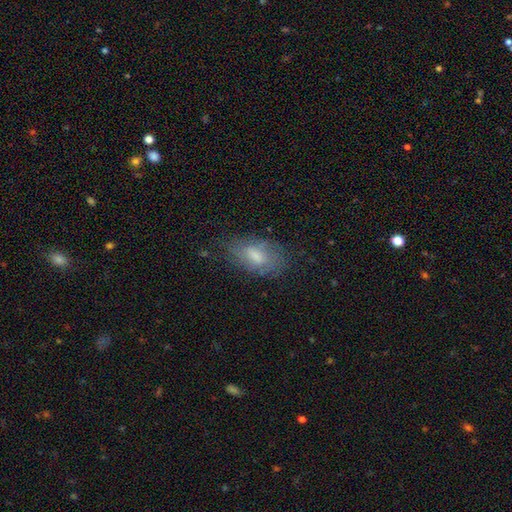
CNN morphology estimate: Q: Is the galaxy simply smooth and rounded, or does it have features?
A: smooth — 58%.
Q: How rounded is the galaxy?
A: in between — 89%.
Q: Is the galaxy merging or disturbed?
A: none — 62%.